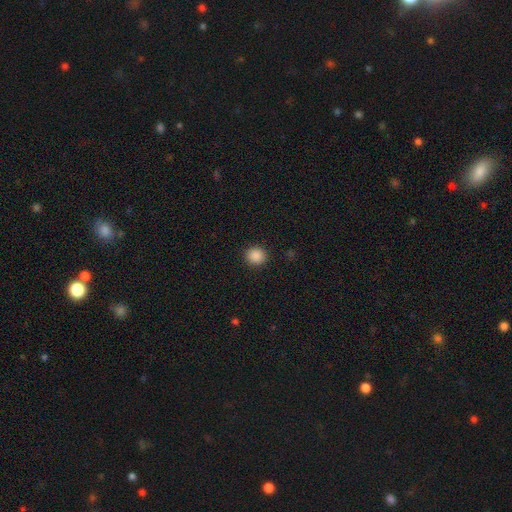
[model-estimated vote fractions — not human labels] Q: Smooth or featured?
A: smooth (88%); runner-up: star or artifact (10%)
Q: How rounded?
A: round (87%); runner-up: in between (12%)
Q: Merging?
A: none (91%); runner-up: minor disturbance (6%)